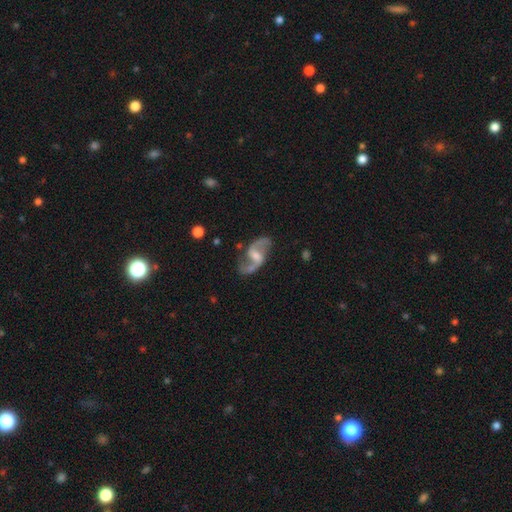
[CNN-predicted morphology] type=featured or disk (89%); edge-on=no (97%); bar=weak (54%); spiral arms=yes (96%); winding=loose (55%); arm count=2 (93%); bulge=moderate (42%); merging=none (75%).